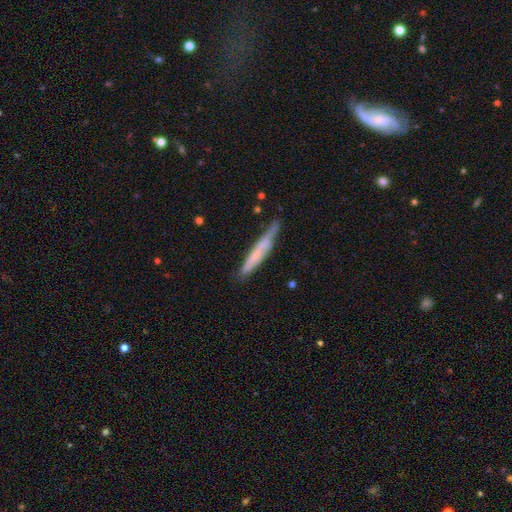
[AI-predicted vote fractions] smooth 50%, featured or disk 43%, star or artifact 6%. Down the decision tree: how rounded — cigar-shaped (93%); merging — none (60%).